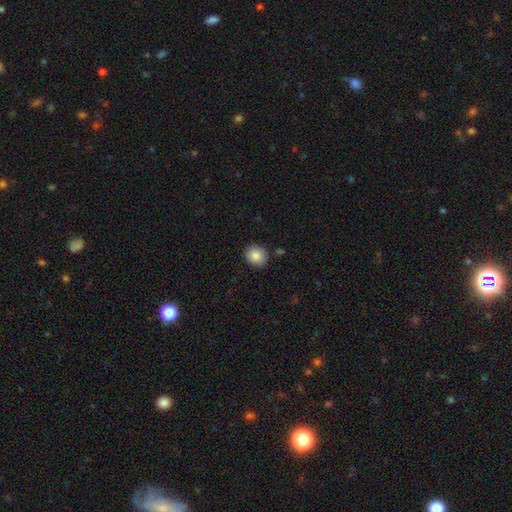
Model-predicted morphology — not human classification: smooth 87%, star or artifact 8%, featured or disk 5%. Down the decision tree: how rounded — round (76%); merging — none (86%).